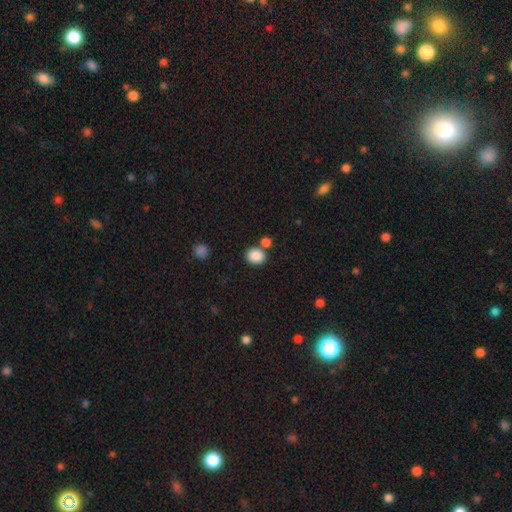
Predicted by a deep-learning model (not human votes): The model was most divided on "how rounded": round: 65%, in between: 35%, cigar-shaped: 1%. More confident: smooth or featured — smooth (86%); merging — none (69%).